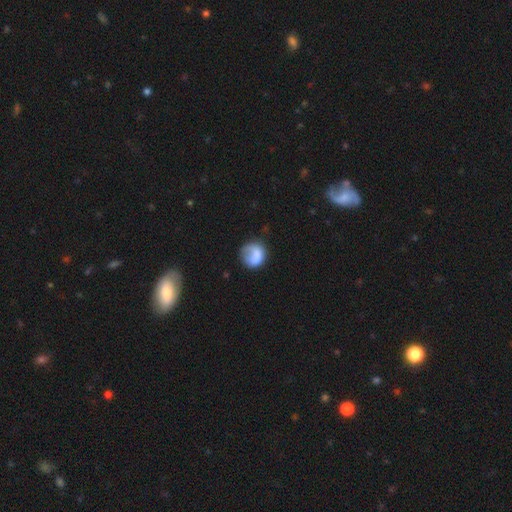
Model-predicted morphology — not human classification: This appears to be a smooth galaxy with no disk features (74%) that is round (78%). Merging: none (50%).